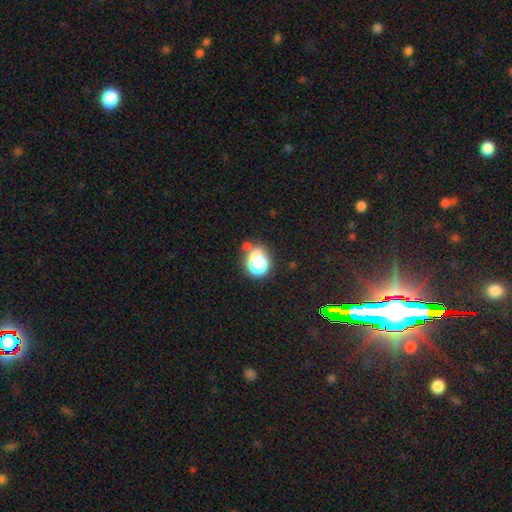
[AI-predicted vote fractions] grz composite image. It shows a smooth galaxy with no disk features (58%) that is round (64%). Merging: none (53%).